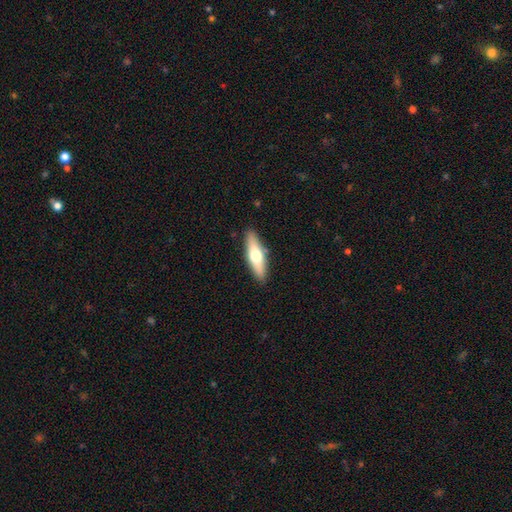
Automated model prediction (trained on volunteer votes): This is possibly a smooth galaxy (55%). How rounded: possibly cigar-shaped (58%). Merging: clearly none (88%).